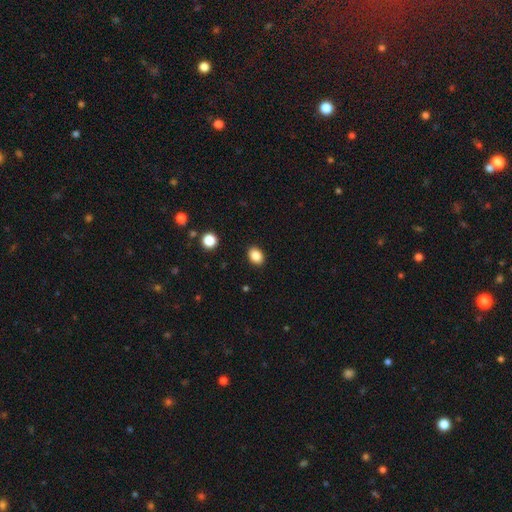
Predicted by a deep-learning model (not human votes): Overall: smooth (86%). How rounded: in between (68%; round 31%). Merging: none (90%).